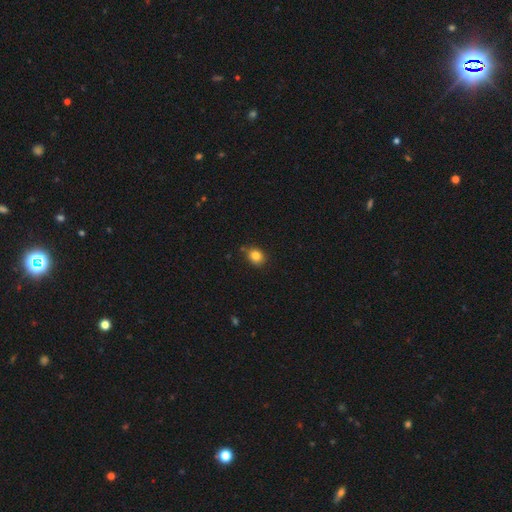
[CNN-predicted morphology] A smooth galaxy with no disk features (83%) that is round (61%). Merging: none (78%).